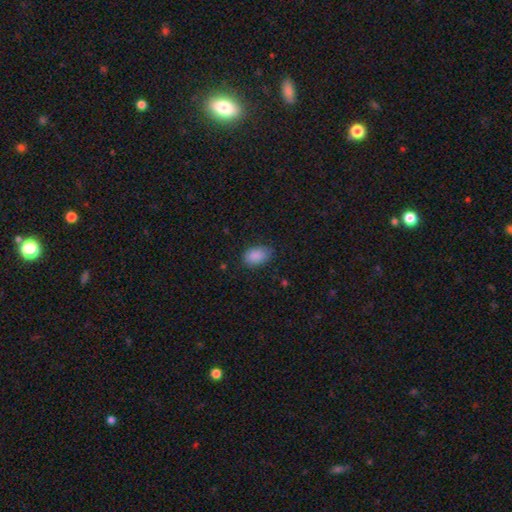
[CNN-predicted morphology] type=smooth (89%); roundness=in between (87%); merging=none (77%).